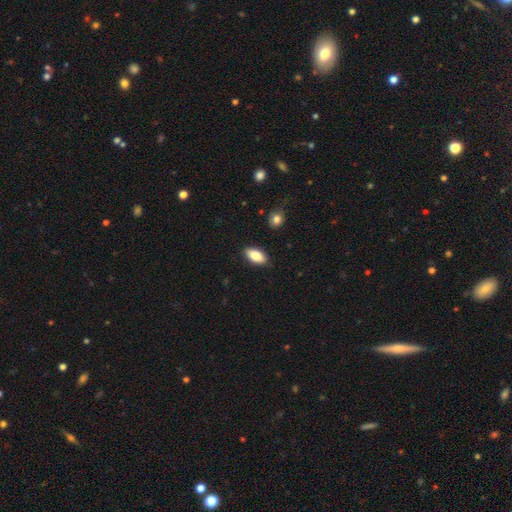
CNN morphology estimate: smooth-or-featured: smooth: 83% | featured or disk: 11% | star or artifact: 7%
  how-rounded: in between: 89% | cigar-shaped: 8% | round: 3%
  merging: none: 88% | minor disturbance: 8% | major disturbance: 2% | merger: 1%